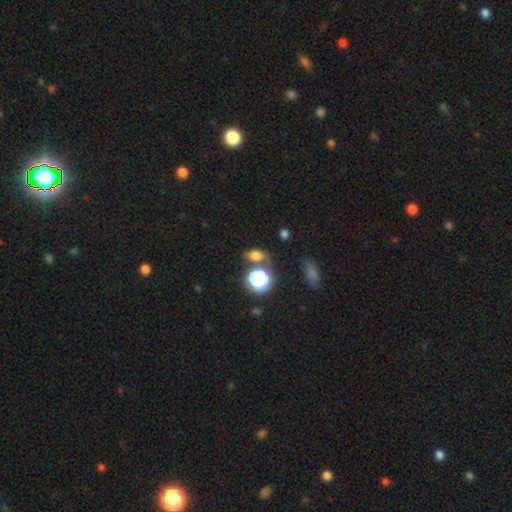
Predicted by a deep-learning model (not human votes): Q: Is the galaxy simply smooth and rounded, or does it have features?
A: smooth — 69%.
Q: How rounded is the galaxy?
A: in between — 69%.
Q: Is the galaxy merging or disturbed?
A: none — 67%.